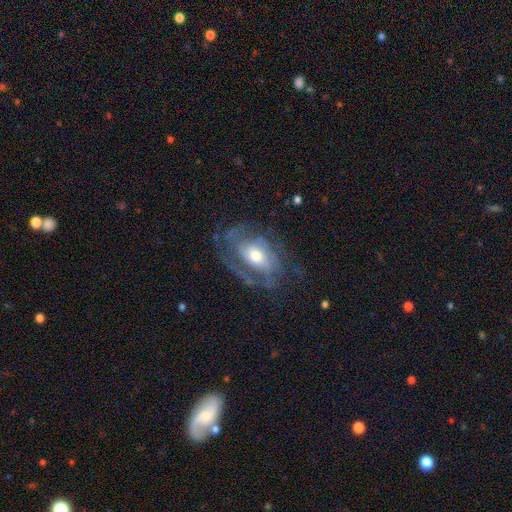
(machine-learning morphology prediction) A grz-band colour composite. It shows a featured or disk galaxy (72%) with no bar (63%), tight (42%) spiral arms (78%) and a moderate central bulge (64%). Merging: none (54%).